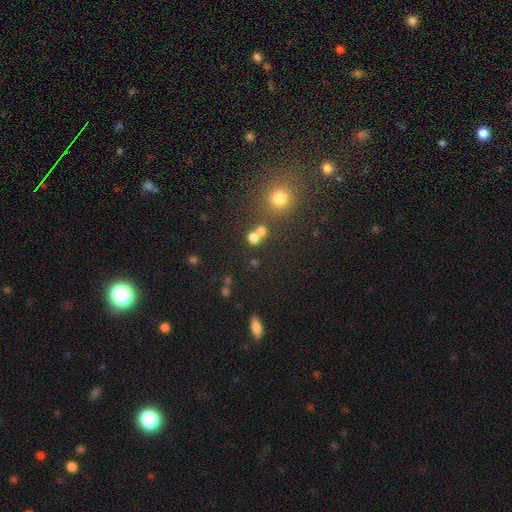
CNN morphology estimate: A smooth galaxy with no disk features (49%). Merging: none (72%).